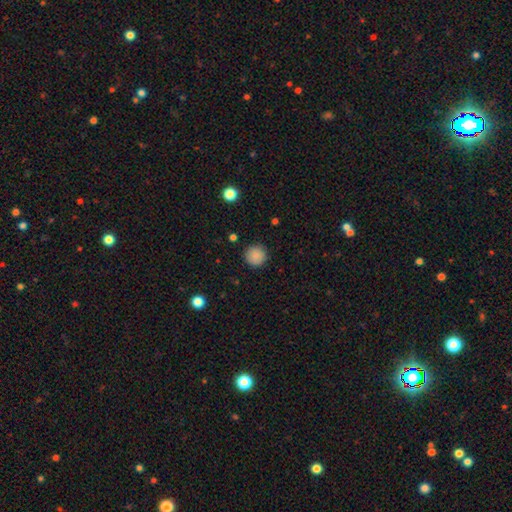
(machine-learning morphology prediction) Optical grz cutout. It shows a smooth galaxy with no disk features (87%) that is round (96%). Merging: none (90%).